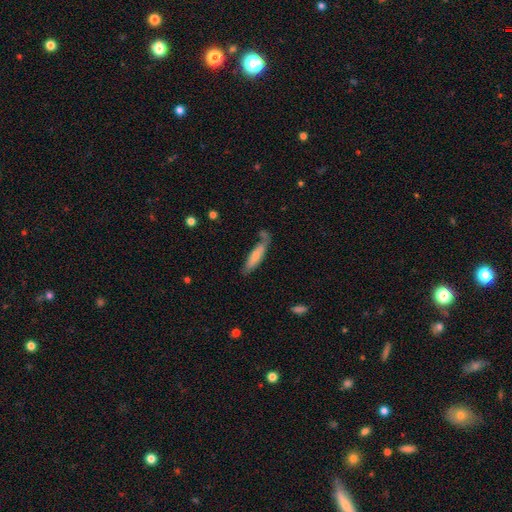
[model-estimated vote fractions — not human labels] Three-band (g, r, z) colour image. It shows a smooth galaxy with no disk features (69%) that is cigar-shaped (71%). Merging: none (56%).